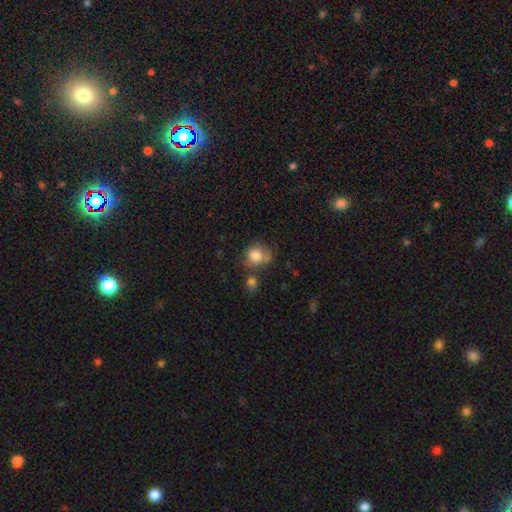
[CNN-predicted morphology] Smooth or featured? Predicted: smooth (p=0.81). How rounded? Predicted: round (p=0.74). Merging? Predicted: none (p=0.50).